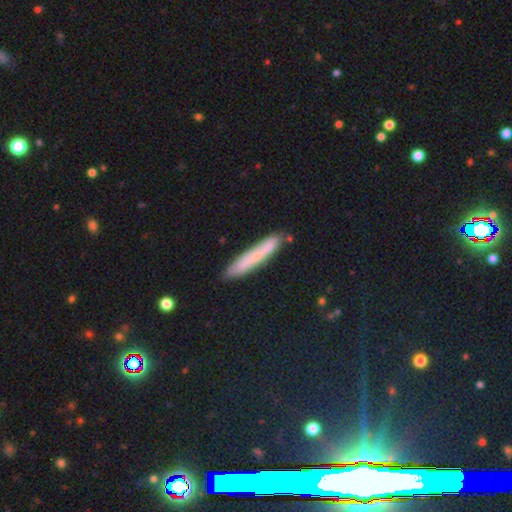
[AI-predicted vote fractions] smooth 56%, featured or disk 34%, star or artifact 10%. Down the decision tree: how rounded — cigar-shaped (93%); merging — none (82%).